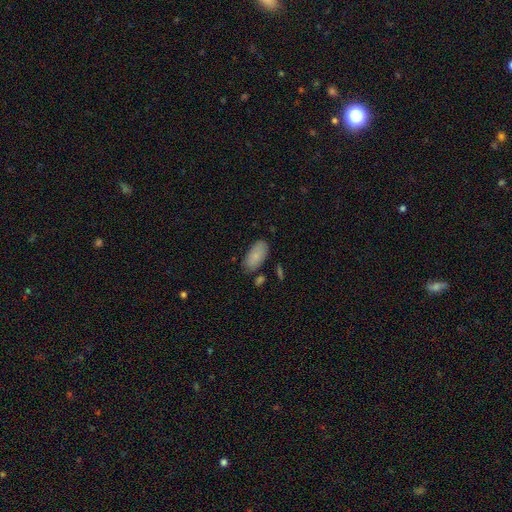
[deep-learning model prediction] Smooth or featured? smooth (82%)
How rounded? in between (94%)
Merging? none (75%)